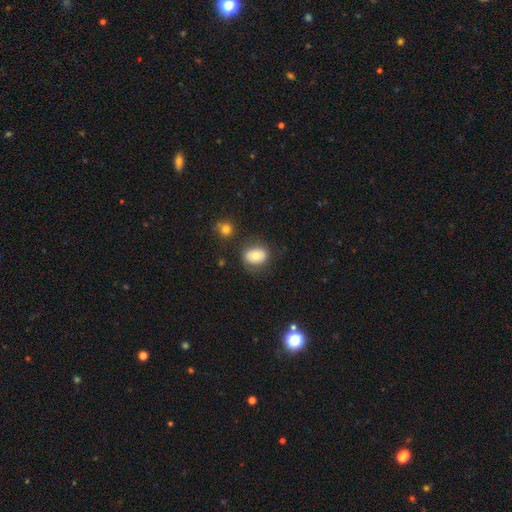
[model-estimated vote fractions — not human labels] A smooth galaxy with no disk features (72%) that is round (50%).

Vote fractions:
- Smooth or featured? smooth: 72% / featured or disk: 19% / star or artifact: 9%
- How rounded? round: 50% / in between: 49% / cigar-shaped: 1%
- Merging? none: 76% / minor disturbance: 14% / major disturbance: 5% / merger: 4%